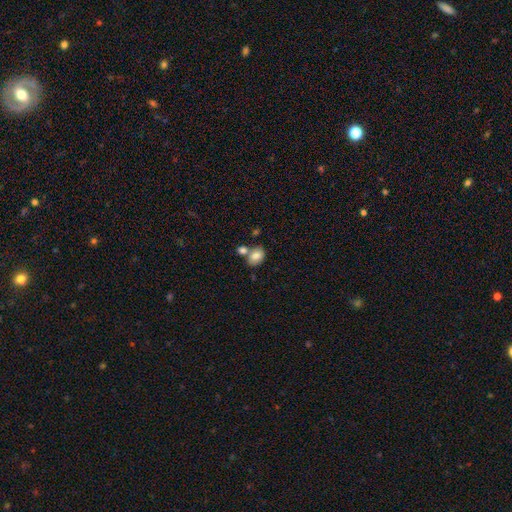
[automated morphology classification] Smooth or featured?
  - smooth: 81% *
  - featured or disk: 10%
  - star or artifact: 8%
How rounded?
  - in between: 74% *
  - round: 25%
  - cigar-shaped: 1%
Merging?
  - none: 50% *
  - merger: 33%
  - minor disturbance: 13%
  - major disturbance: 4%